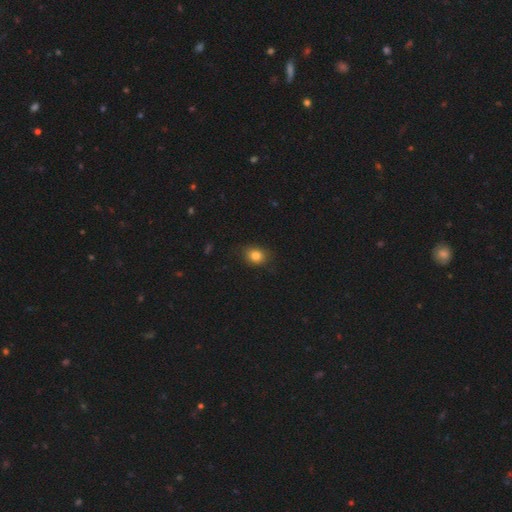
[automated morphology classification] smooth 81%, star or artifact 11%, featured or disk 7%. Down the decision tree: how rounded — round (54%); merging — none (80%).